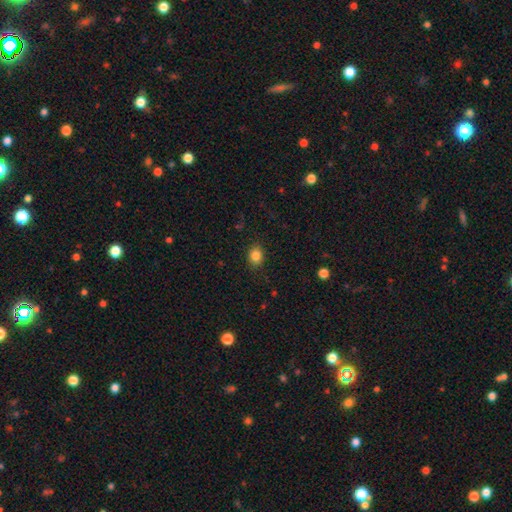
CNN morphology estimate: This appears to be a smooth galaxy with no disk features (85%) that is in between round and cigar-shaped (57%). Merging: none (87%).